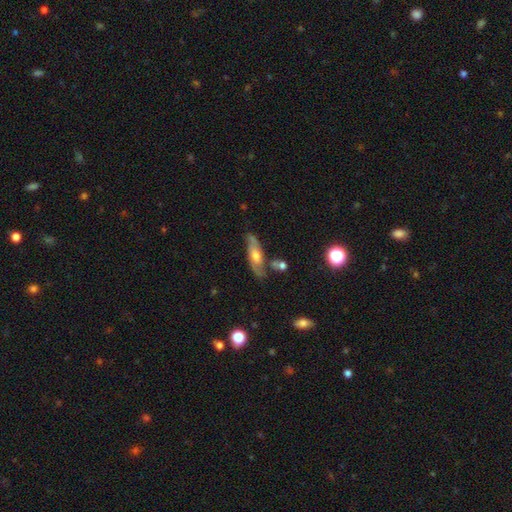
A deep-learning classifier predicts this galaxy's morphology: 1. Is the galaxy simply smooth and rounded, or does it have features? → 60% featured or disk, 33% smooth, 7% star or artifact.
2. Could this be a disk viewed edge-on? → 71% no, 29% yes.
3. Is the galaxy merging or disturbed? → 62% none, 21% minor disturbance, 10% merger, 7% major disturbance.